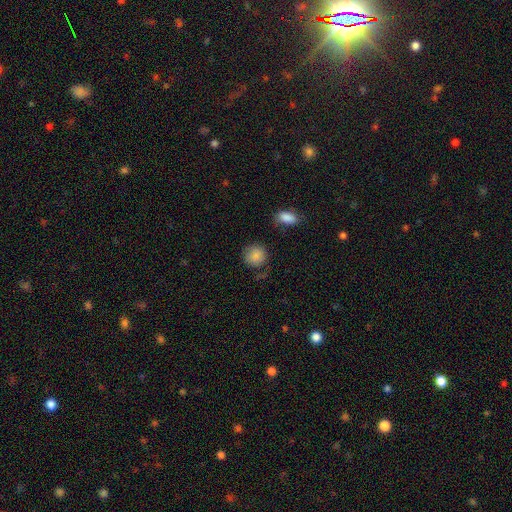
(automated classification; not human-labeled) smooth_or_featured: smooth (p=0.85) [alt: star or artifact p=0.08]
how_rounded: round (p=0.86) [alt: in between p=0.13]
merging: none (p=0.74) [alt: minor disturbance p=0.17]